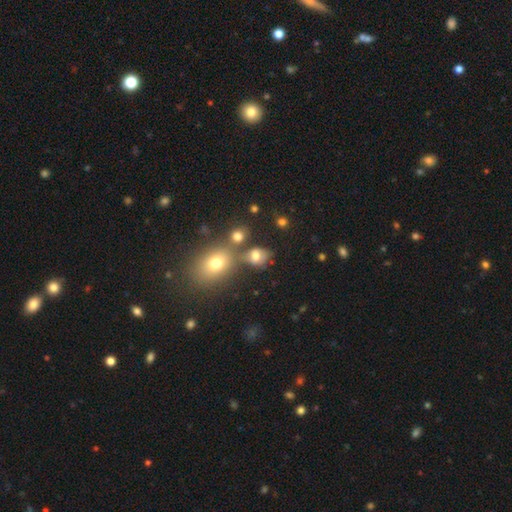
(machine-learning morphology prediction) type=smooth (69%); roundness=in between (50%); merging=none (53%).